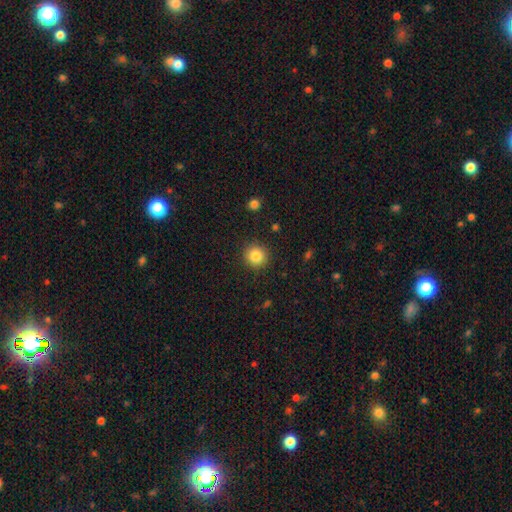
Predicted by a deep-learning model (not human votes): Smooth or featured? Predicted: smooth (p=0.85). How rounded? Predicted: round (p=0.92). Merging? Predicted: none (p=0.90).